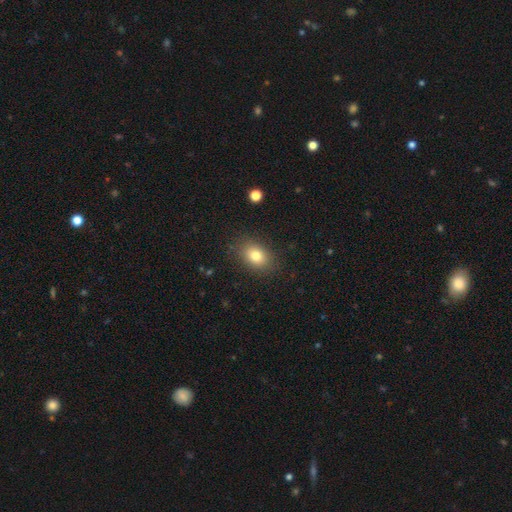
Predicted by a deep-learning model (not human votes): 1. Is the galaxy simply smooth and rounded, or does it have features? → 80% smooth, 10% featured or disk, 10% star or artifact.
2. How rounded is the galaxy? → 72% in between, 26% round, 1% cigar-shaped.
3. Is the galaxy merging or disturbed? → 85% none, 10% minor disturbance, 3% major disturbance, 1% merger.